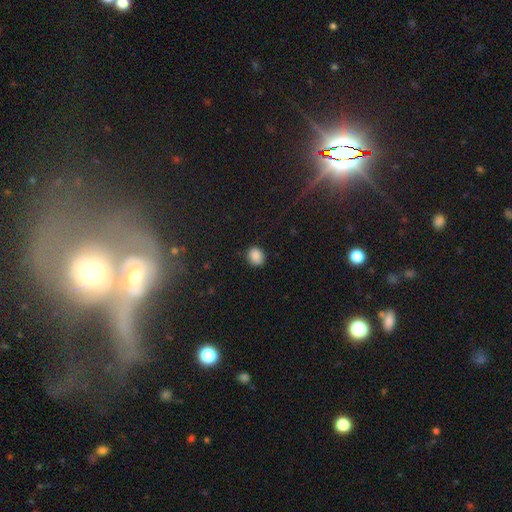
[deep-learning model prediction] The model was most divided on "how rounded": round: 61%, in between: 38%, cigar-shaped: 1%. More confident: smooth or featured — smooth (86%); merging — none (82%).